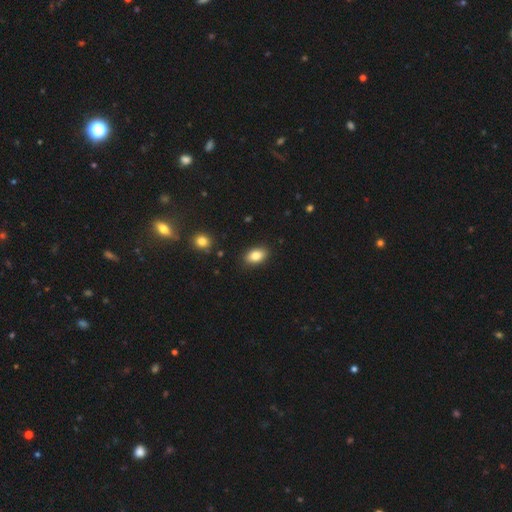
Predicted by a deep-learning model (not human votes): This is clearly a smooth galaxy (83%). How rounded: clearly in between (90%). Merging: clearly none (88%).